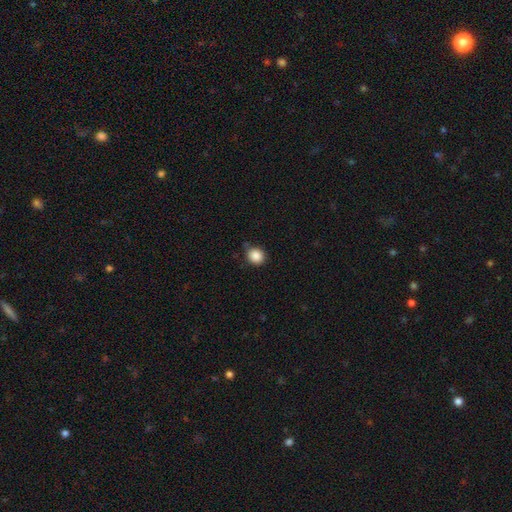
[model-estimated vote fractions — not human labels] Smooth or featured? smooth (87%)
How rounded? round (80%)
Merging? none (77%)